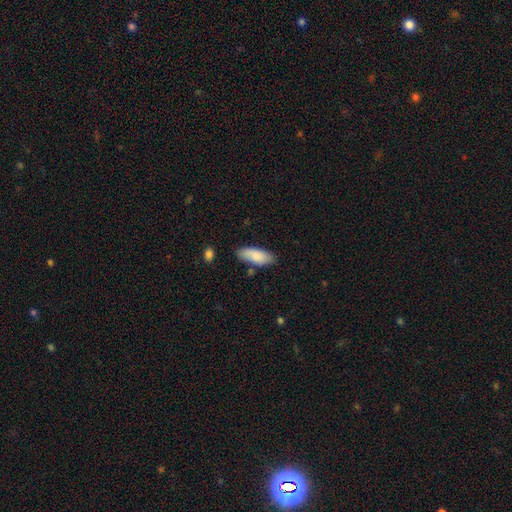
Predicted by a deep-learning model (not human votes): This appears to be a smooth galaxy with no disk features (87%) that is in between round and cigar-shaped (77%). Merging: none (78%).